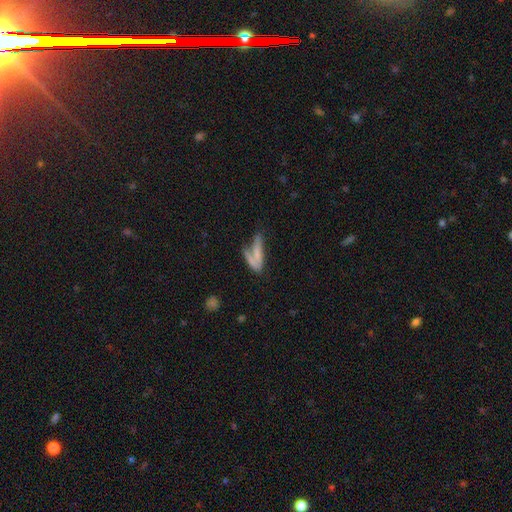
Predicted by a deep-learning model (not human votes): Overall: smooth (61%; featured or disk 29%). How rounded: cigar-shaped (63%; in between 33%). Merging: merger (41%; none 32%).